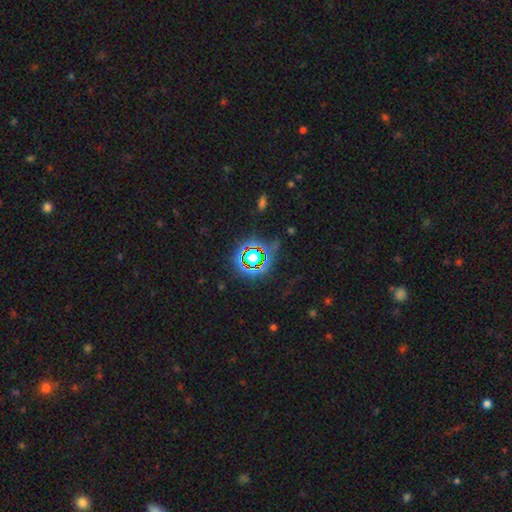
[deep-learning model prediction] Morphology: type=star or artifact (71%).